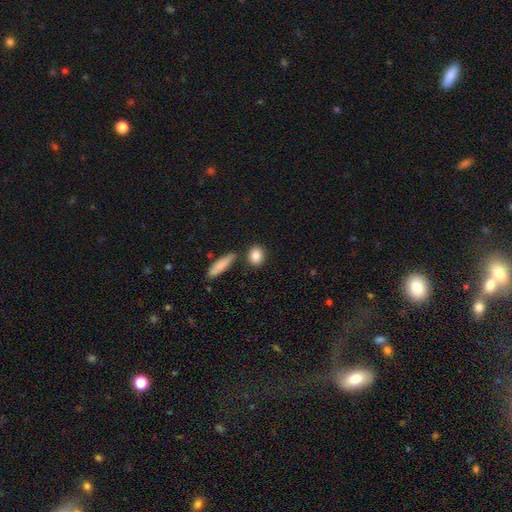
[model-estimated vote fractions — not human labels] Smooth or featured? smooth (86%)
How rounded? round (48%)
Merging? none (79%)